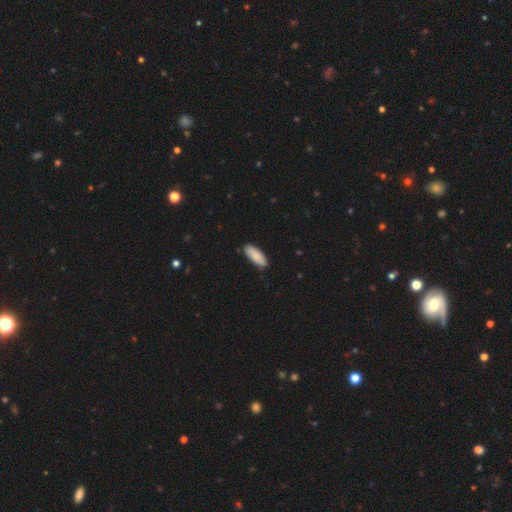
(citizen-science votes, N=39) A smooth galaxy with no disk features (92%) that is in between round and cigar-shaped (89%). Merging: none (90%).